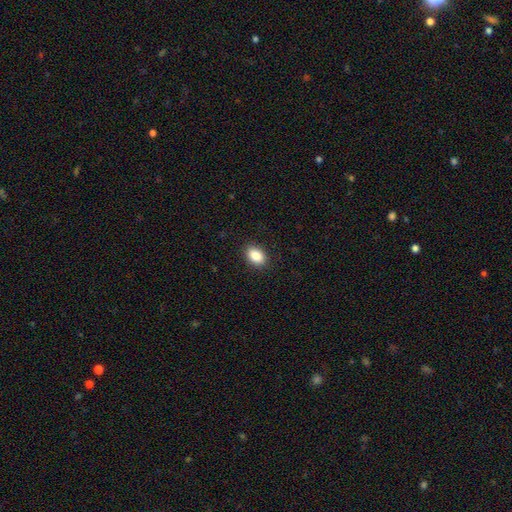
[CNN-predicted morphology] Smooth or featured: smooth — 87% (star or artifact — 8%)
How rounded: in between — 82% (round — 17%)
Merging: none — 89% (minor disturbance — 8%)